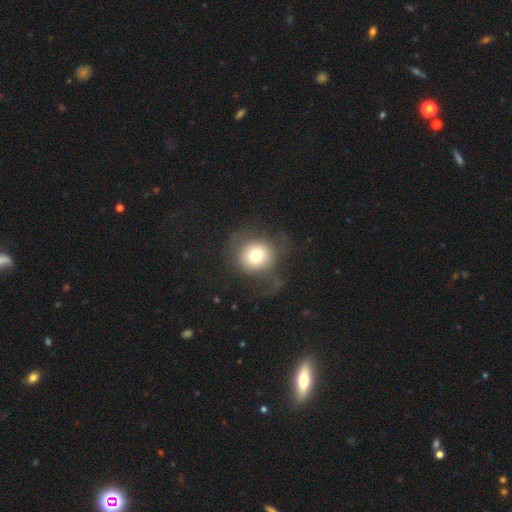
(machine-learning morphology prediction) A smooth galaxy with no disk features (70%) that is round (88%). Merging: none (56%).